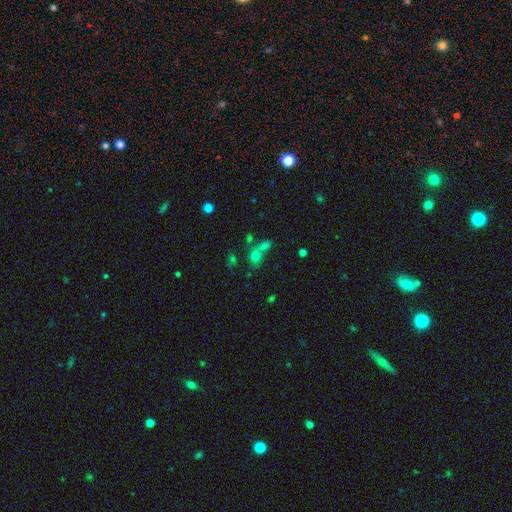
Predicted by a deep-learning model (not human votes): Overall: smooth (66%). How rounded: round (63%; in between 34%). Merging: merger (49%; none 38%).